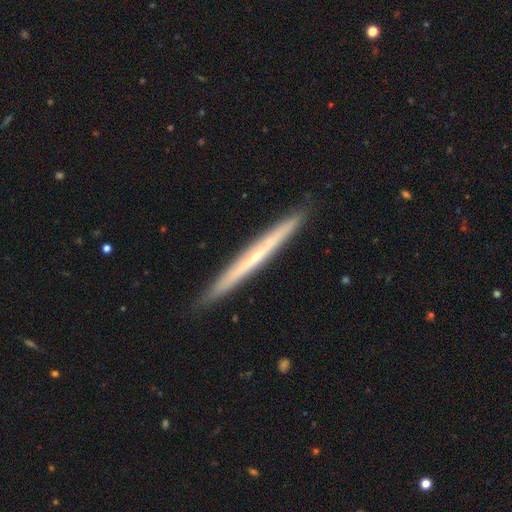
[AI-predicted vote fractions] A featured or disk galaxy (62%) viewed edge-on (97%) with no central bulge (67%). Merging: none (92%).